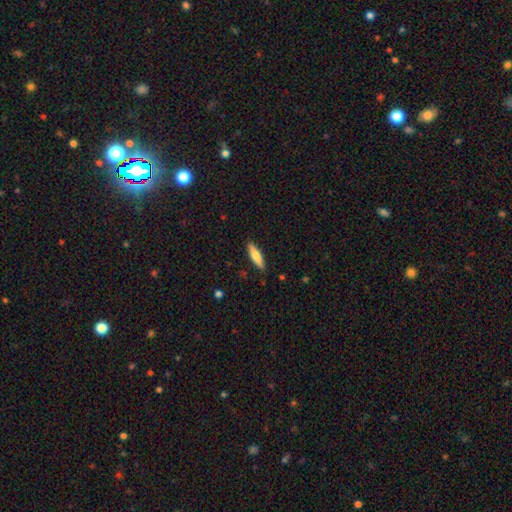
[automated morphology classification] Smooth or featured? Predicted: smooth (p=0.71). How rounded? Predicted: cigar-shaped (p=0.71). Merging? Predicted: none (p=0.89).